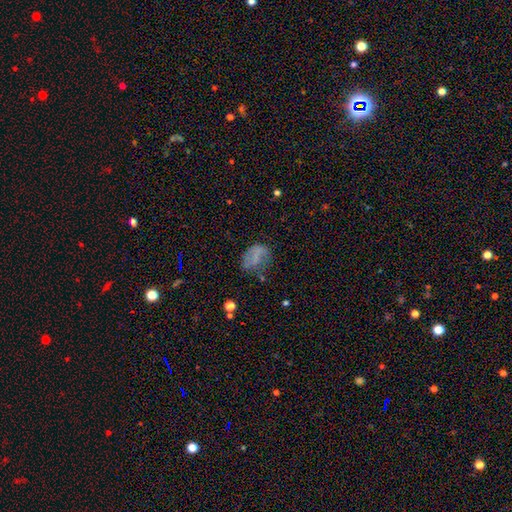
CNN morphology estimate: Smooth or featured: smooth — 59% (featured or disk — 25%)
How rounded: in between — 73% (round — 25%)
Merging: none — 52% (minor disturbance — 27%)